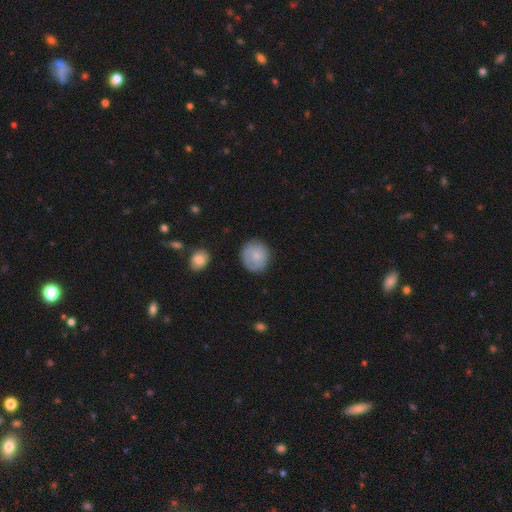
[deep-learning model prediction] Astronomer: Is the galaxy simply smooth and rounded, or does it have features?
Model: smooth — 76%.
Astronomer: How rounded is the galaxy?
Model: round — 86%.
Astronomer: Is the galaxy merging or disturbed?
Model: none — 80%.